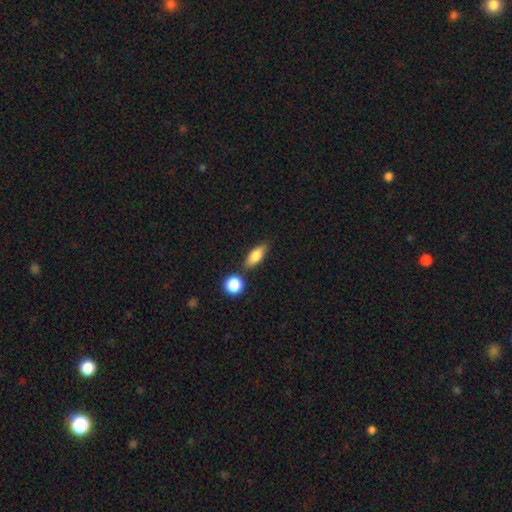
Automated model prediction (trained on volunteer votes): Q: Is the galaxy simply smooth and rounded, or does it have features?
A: smooth — 75%.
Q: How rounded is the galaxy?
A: in between — 72%.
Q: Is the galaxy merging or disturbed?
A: none — 76%.